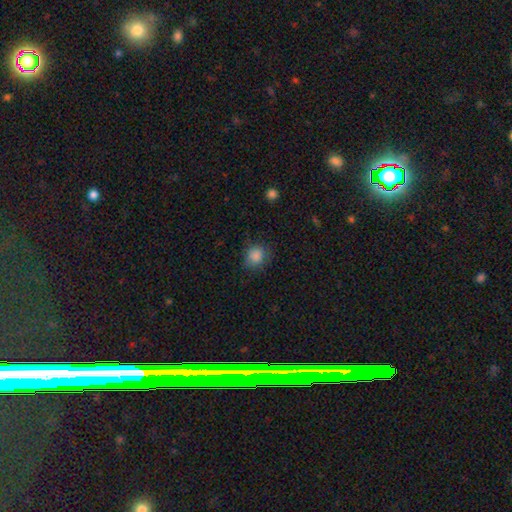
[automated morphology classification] Overall: smooth (86%). How rounded: round (78%). Merging: none (77%).